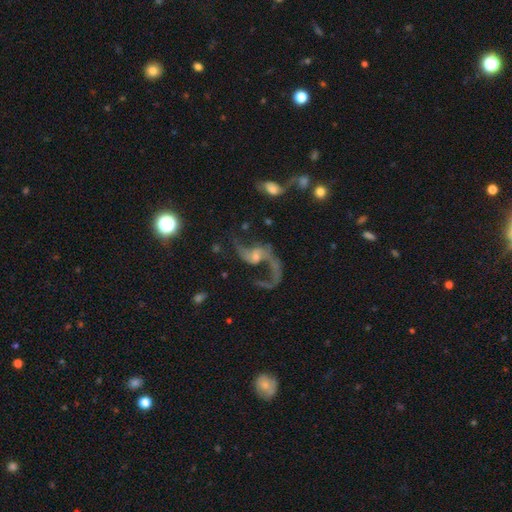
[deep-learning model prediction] Smooth or featured? Predicted: featured or disk (p=0.88). Edge-on disk? Predicted: no (p=0.97). Bar? Predicted: no (p=0.54). Spiral arms? Predicted: yes (p=0.95). Spiral winding? Predicted: loose (p=0.82). Spiral arm count? Predicted: 2 (p=0.87). Bulge size? Predicted: small (p=0.57). Merging? Predicted: none (p=0.53).